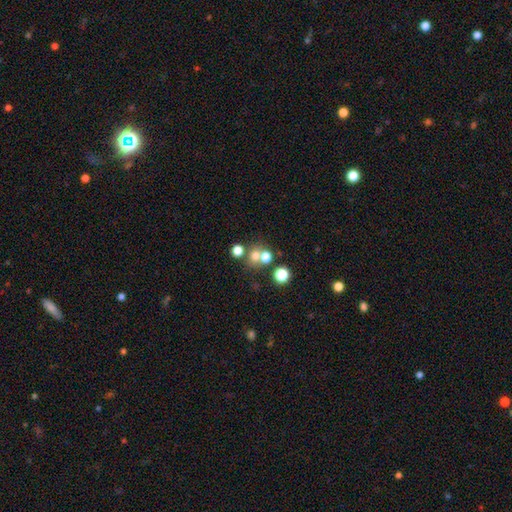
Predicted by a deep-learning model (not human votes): smooth 66%, star or artifact 20%, featured or disk 14%. Down the decision tree: how rounded — round (82%); merging — none (49%).